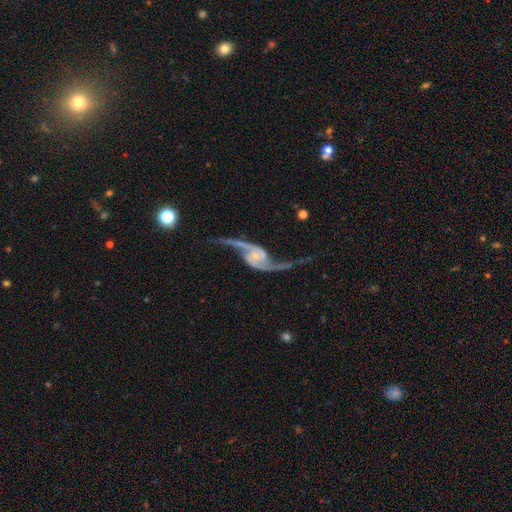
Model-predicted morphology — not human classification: Smooth or featured?
  - featured or disk: 93% *
  - star or artifact: 4%
  - smooth: 3%
Edge-on disk?
  - no: 96% *
  - yes: 4%
Bar?
  - no: 62% *
  - weak: 27%
  - strong: 11%
Spiral arms?
  - yes: 98% *
  - no: 2%
Spiral winding?
  - loose: 82% *
  - medium: 14%
  - tight: 4%
Spiral arm count?
  - 2: 94% *
  - 1: 1%
  - can't tell: 1%
  - 3: 1%
  - 4: 1%
  - more than 4: 1%
Bulge size?
  - small: 69% *
  - moderate: 20%
  - none: 7%
  - large: 2%
  - dominant: 1%
Merging?
  - none: 64% *
  - minor disturbance: 17%
  - major disturbance: 15%
  - merger: 4%